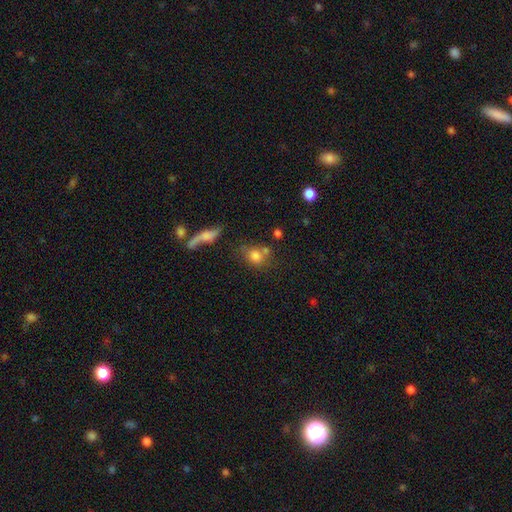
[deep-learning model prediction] Smooth or featured: smooth — 77% (featured or disk — 12%)
How rounded: round — 57% (in between — 40%)
Merging: none — 53% (merger — 24%)